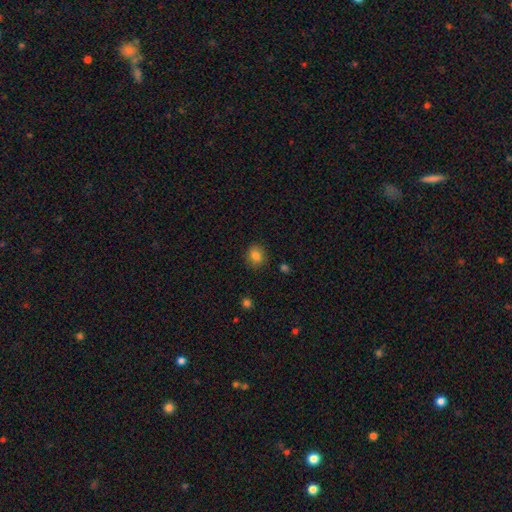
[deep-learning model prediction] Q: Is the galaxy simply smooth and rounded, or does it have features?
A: smooth — 81%.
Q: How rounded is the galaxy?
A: round — 70%.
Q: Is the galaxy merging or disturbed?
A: none — 86%.